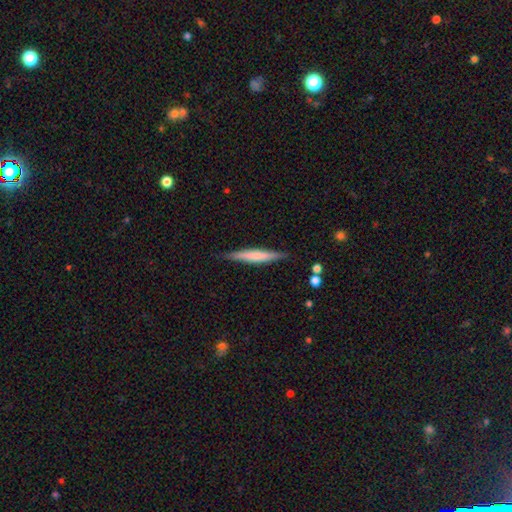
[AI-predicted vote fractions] Smooth or featured? smooth (50%)
How rounded? cigar-shaped (93%)
Merging? none (87%)